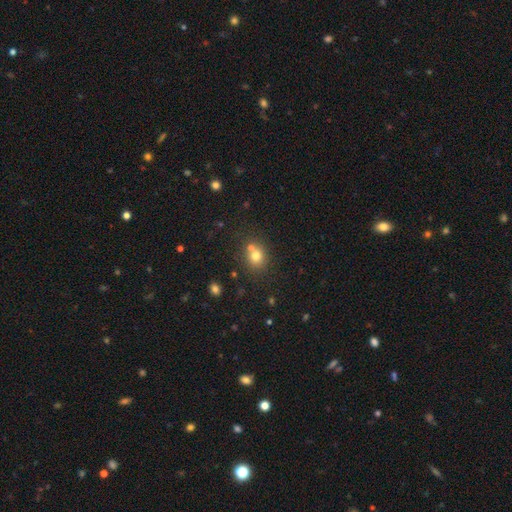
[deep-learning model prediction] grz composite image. It shows a smooth galaxy with no disk features (74%) that is round (77%). Merging: none (58%).